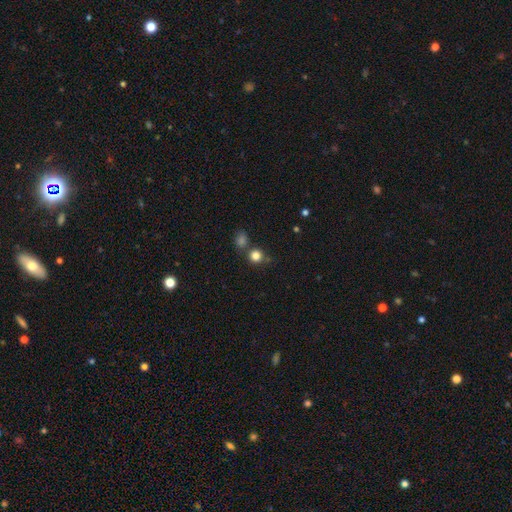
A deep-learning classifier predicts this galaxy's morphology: smooth_or_featured: smooth (p=0.82) [alt: star or artifact p=0.13]
how_rounded: round (p=0.90) [alt: in between p=0.09]
merging: none (p=0.68) [alt: merger p=0.18]